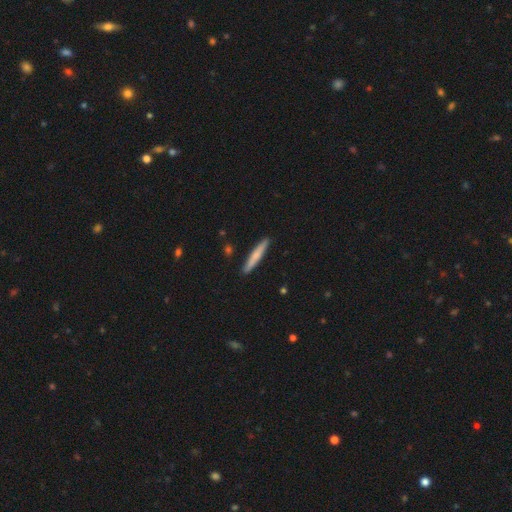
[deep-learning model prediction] A smooth galaxy with no disk features (66%) that is cigar-shaped (95%). Merging: none (90%).